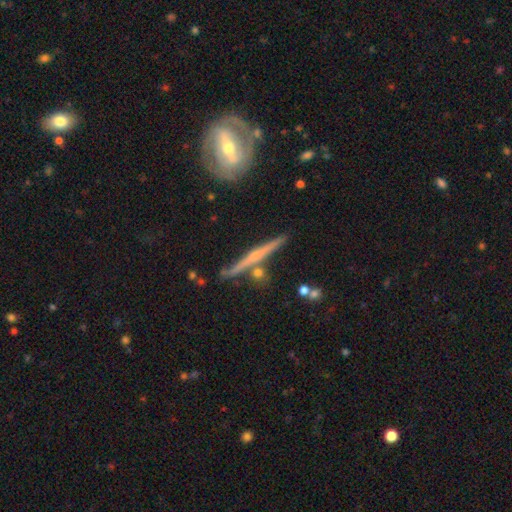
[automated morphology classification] Smooth or featured? Predicted: featured or disk (p=0.75). Edge-on disk? Predicted: yes (p=0.97). Edge-on bulge? Predicted: rounded (p=0.65). Merging? Predicted: none (p=0.83).